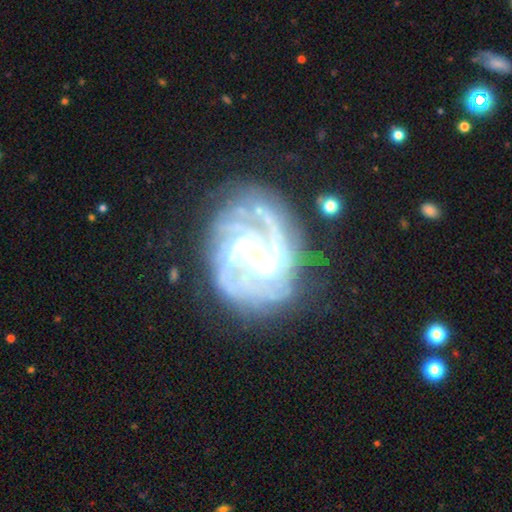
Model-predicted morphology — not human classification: This is clearly a featured or disk galaxy (89%). It is clearly not viewed edge-on (98%). Bar: marginally weak (41%). Spiral arm pattern: clearly yes (96%). Spiral arm count: marginally 2 (43%). Spiral winding: possibly tight (47%). Central bulge: likely small (73%). Merging: likely none (66%).